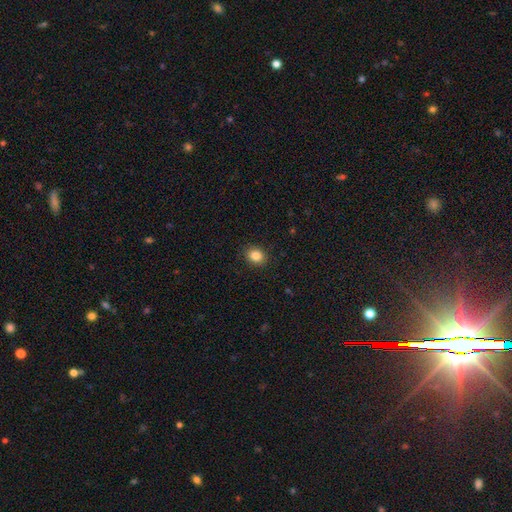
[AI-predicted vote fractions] A smooth galaxy with no disk features (85%) that is round (62%). Merging: none (90%).